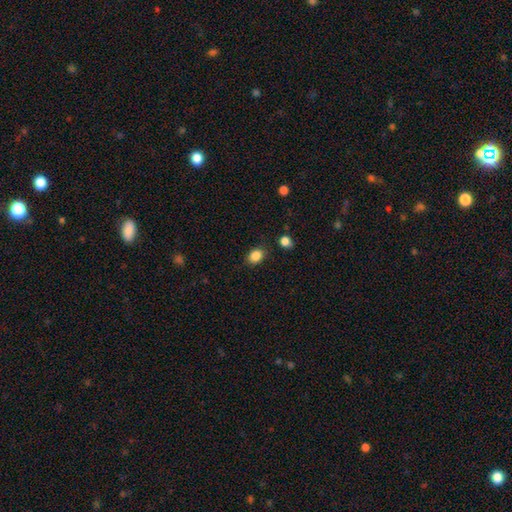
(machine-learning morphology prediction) The model was most divided on "how rounded": in between: 55%, round: 44%, cigar-shaped: 1%. More confident: smooth or featured — smooth (86%); merging — none (82%).